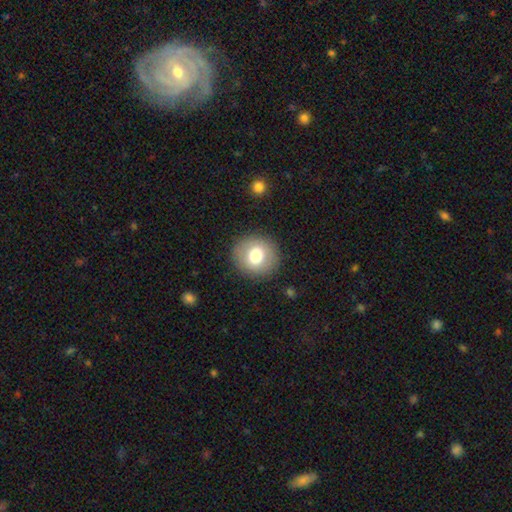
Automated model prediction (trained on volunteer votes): This appears to be a smooth galaxy with no disk features (75%) that is round (89%). Merging: none (89%).